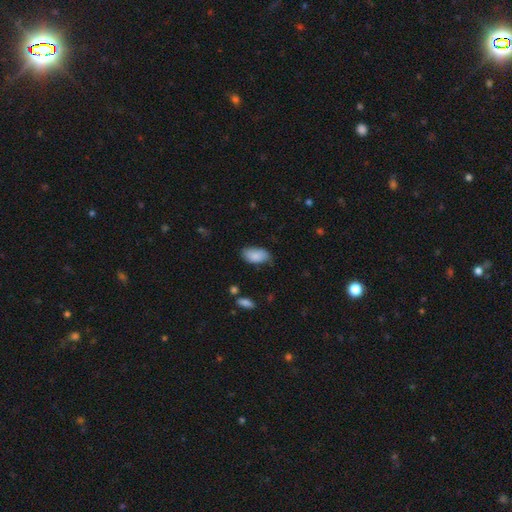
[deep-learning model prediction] Smooth or featured? Predicted: smooth (p=0.86). How rounded? Predicted: in between (p=0.95). Merging? Predicted: none (p=0.70).